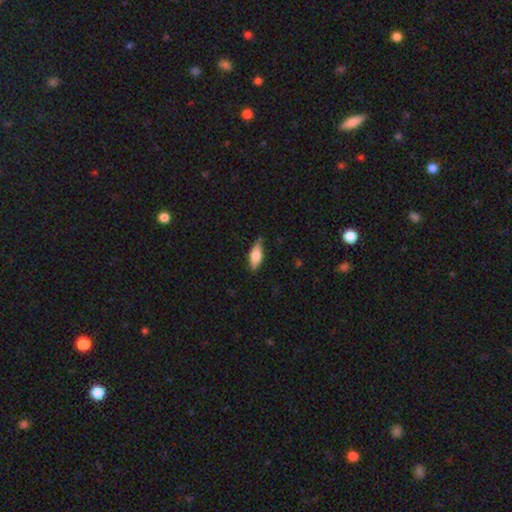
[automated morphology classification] A smooth galaxy with no disk features (67%) that is in between round and cigar-shaped (71%). Merging: none (78%).